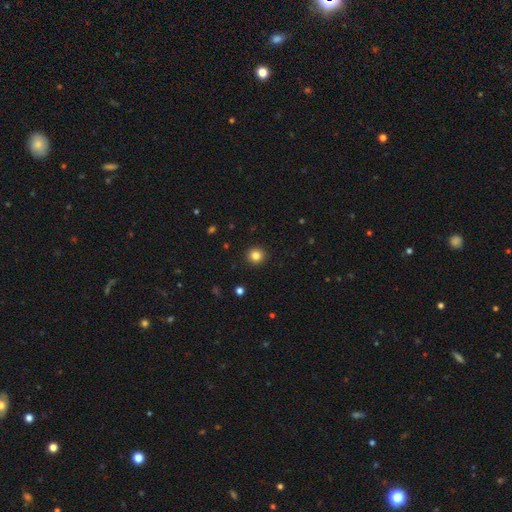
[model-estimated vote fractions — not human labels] A smooth galaxy with no disk features (83%) that is round (94%). Merging: none (93%).